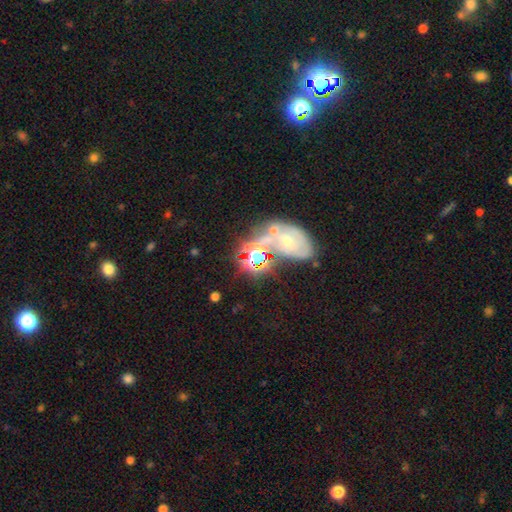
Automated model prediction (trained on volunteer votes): star or artifact 45%, smooth 30%, featured or disk 25%.